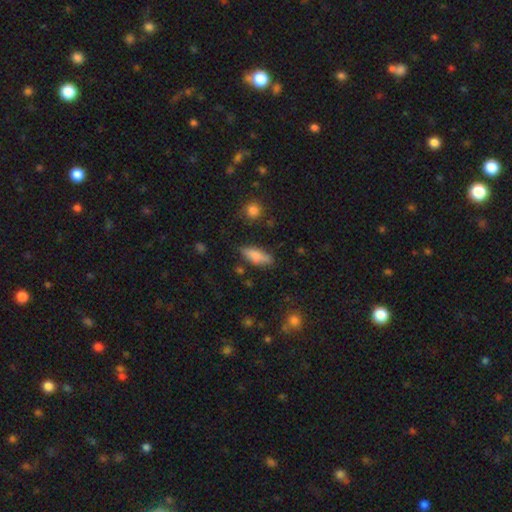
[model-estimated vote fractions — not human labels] The model was most divided on "how rounded": in between: 64%, cigar-shaped: 33%, round: 3%. More confident: smooth or featured — smooth (75%); merging — none (73%).